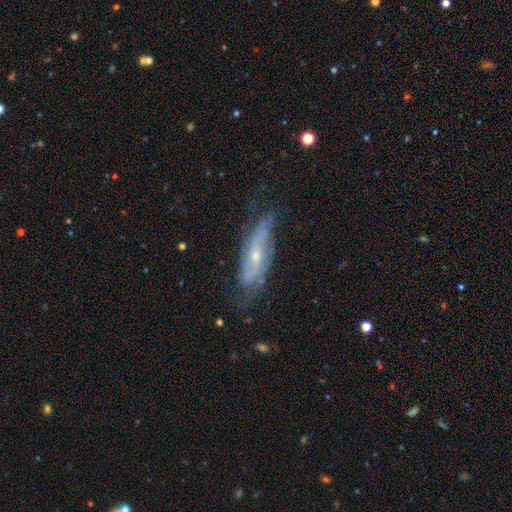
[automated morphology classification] This appears to be a featured or disk galaxy (80%) with no bar (55%), 2 (50%) medium (40%) spiral arms (90%) and a small central bulge (60%). Merging: none (67%).